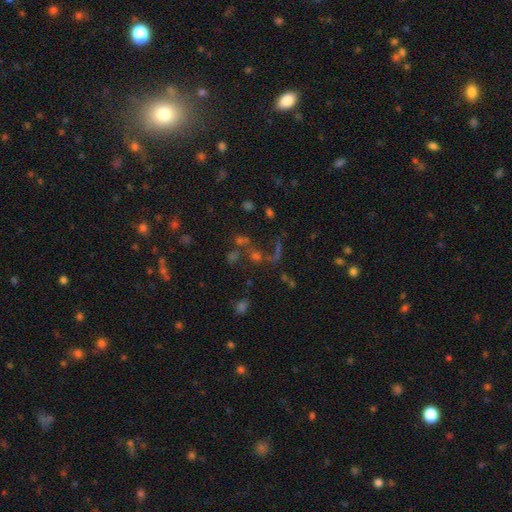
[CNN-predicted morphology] Smooth or featured? Predicted: star or artifact (p=0.54).